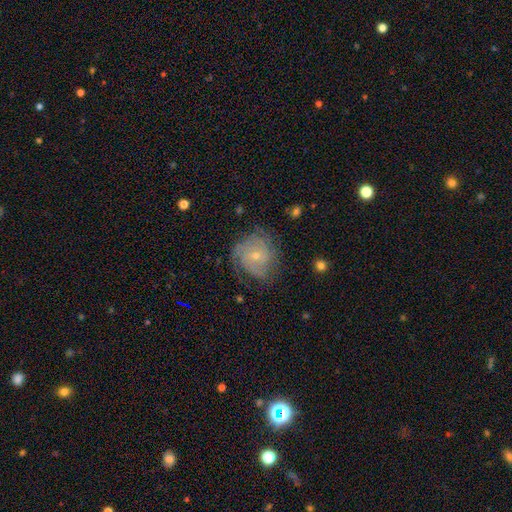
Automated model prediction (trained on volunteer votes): Smooth or featured: featured or disk — 69% (smooth — 23%)
Edge-on disk: no — 97% (yes — 3%)
Bar: no — 73% (weak — 23%)
Spiral arms: yes — 87% (no — 13%)
Spiral winding: tight — 56% (medium — 32%)
Spiral arm count: can't tell — 41% (3 — 19%)
Bulge size: small — 71% (moderate — 26%)
Merging: none — 63% (minor disturbance — 23%)